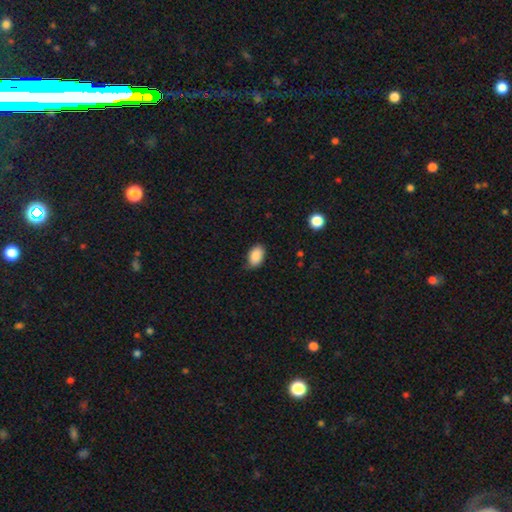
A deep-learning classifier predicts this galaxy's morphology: Q: Smooth or featured?
A: smooth (88%); runner-up: star or artifact (8%)
Q: How rounded?
A: in between (90%); runner-up: round (9%)
Q: Merging?
A: none (75%); runner-up: minor disturbance (21%)